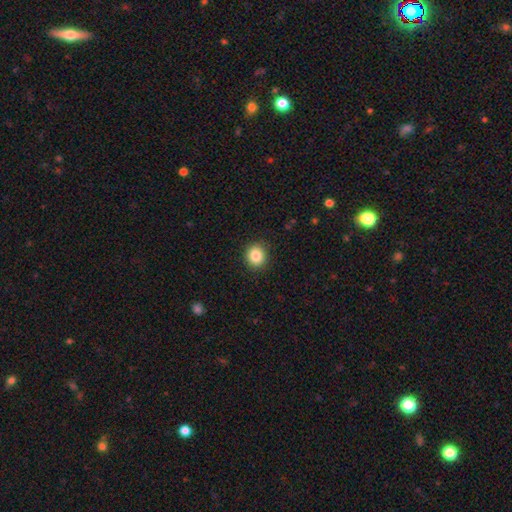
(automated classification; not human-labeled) Smooth or featured: smooth — 86% (star or artifact — 10%)
How rounded: round — 83% (in between — 17%)
Merging: none — 90% (minor disturbance — 7%)